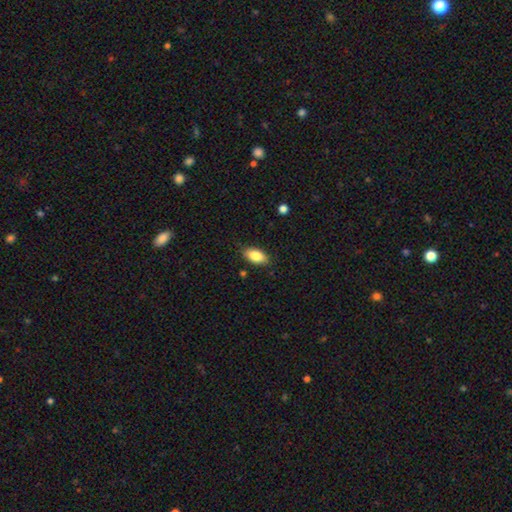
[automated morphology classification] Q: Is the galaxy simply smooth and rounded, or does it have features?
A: smooth — 85%.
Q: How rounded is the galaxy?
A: in between — 92%.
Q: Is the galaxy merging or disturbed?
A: none — 85%.